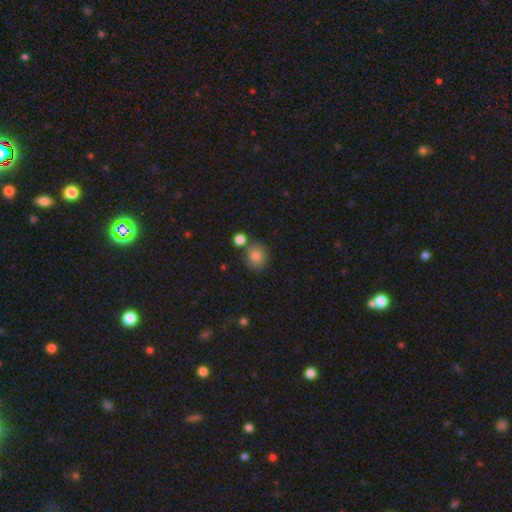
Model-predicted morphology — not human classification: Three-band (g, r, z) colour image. It shows a smooth galaxy with no disk features (83%) that is round (78%). Merging: none (66%).